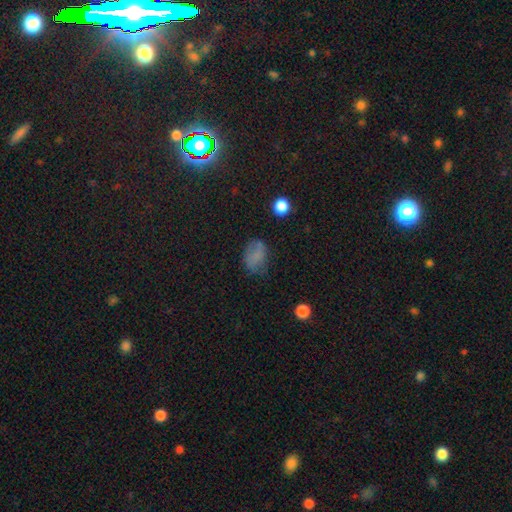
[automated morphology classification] This appears to be a smooth galaxy with no disk features (68%) that is in between round and cigar-shaped (74%). Merging: none (57%).